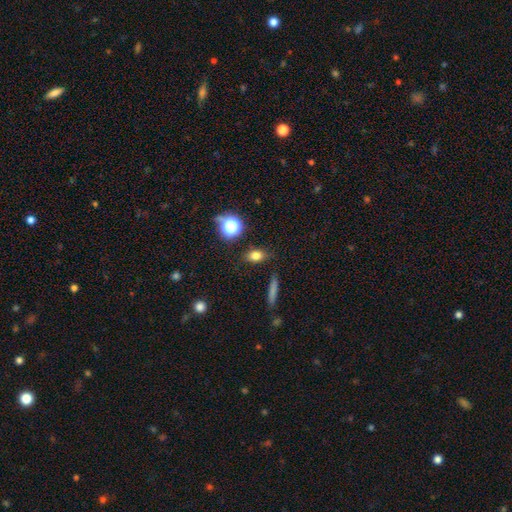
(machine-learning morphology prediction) smooth-or-featured: smooth: 76% | star or artifact: 15% | featured or disk: 10%
  how-rounded: in between: 65% | round: 28% | cigar-shaped: 8%
  merging: none: 84% | minor disturbance: 11% | major disturbance: 3% | merger: 2%